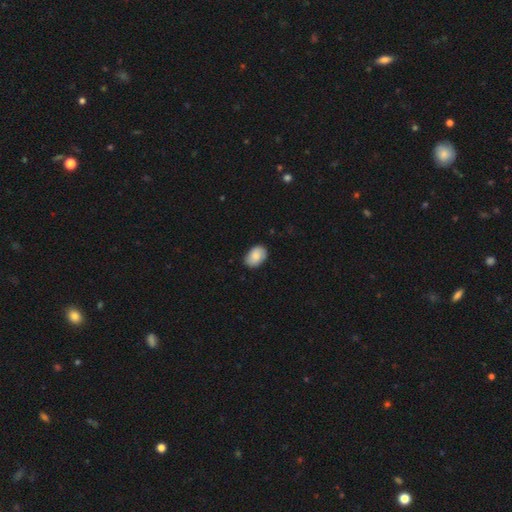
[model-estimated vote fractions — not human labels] The model was most divided on "how rounded": in between: 84%, round: 15%, cigar-shaped: 1%. More confident: smooth or featured — smooth (84%); merging — none (83%).